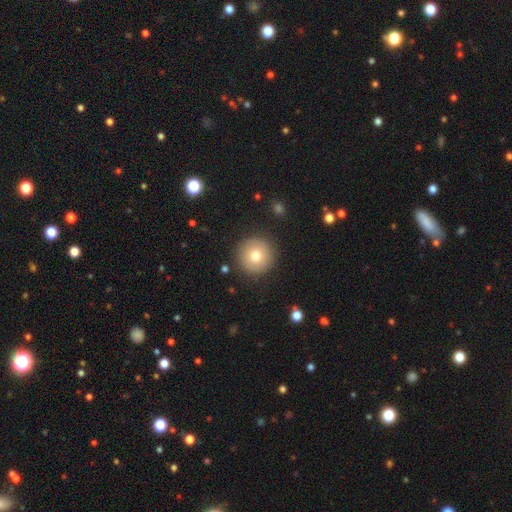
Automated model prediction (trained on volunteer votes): Smooth or featured? smooth (76%)
How rounded? round (96%)
Merging? none (90%)